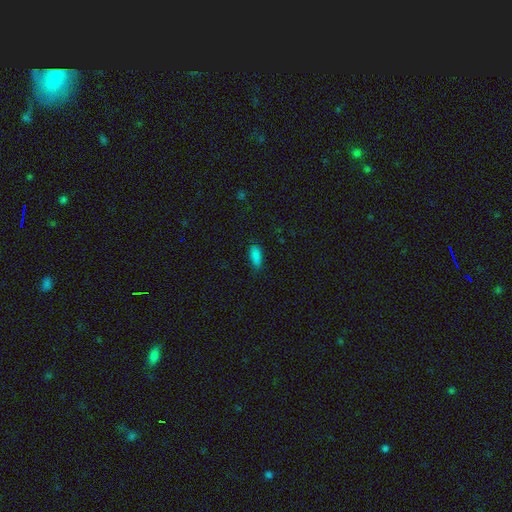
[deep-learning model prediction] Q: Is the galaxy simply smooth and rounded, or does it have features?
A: smooth — 86%.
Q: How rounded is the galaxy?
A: in between — 79%.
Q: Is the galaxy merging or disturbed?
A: none — 78%.